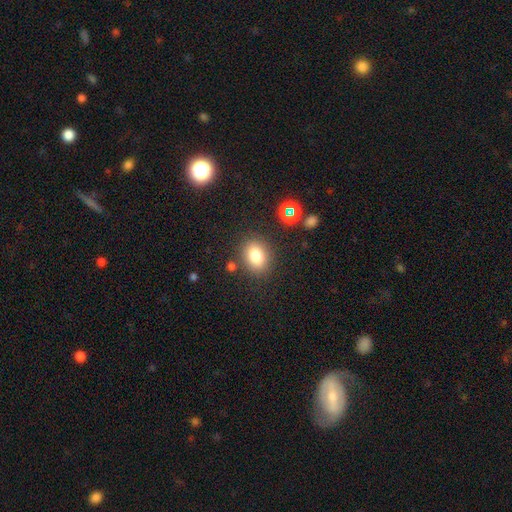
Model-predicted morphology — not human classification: smooth-or-featured: smooth: 81% | star or artifact: 11% | featured or disk: 8%
  how-rounded: in between: 64% | round: 35% | cigar-shaped: 1%
  merging: none: 82% | minor disturbance: 11% | merger: 4% | major disturbance: 4%